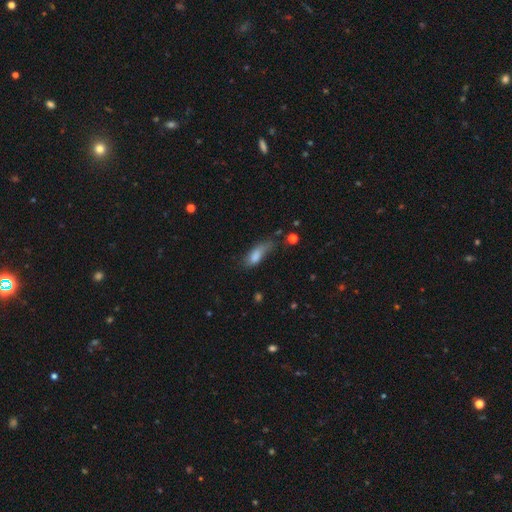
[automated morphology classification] Smooth or featured?
  - smooth: 77% *
  - featured or disk: 14%
  - star or artifact: 9%
How rounded?
  - in between: 70% *
  - cigar-shaped: 26%
  - round: 4%
Merging?
  - minor disturbance: 36% *
  - none: 34%
  - major disturbance: 26%
  - merger: 5%